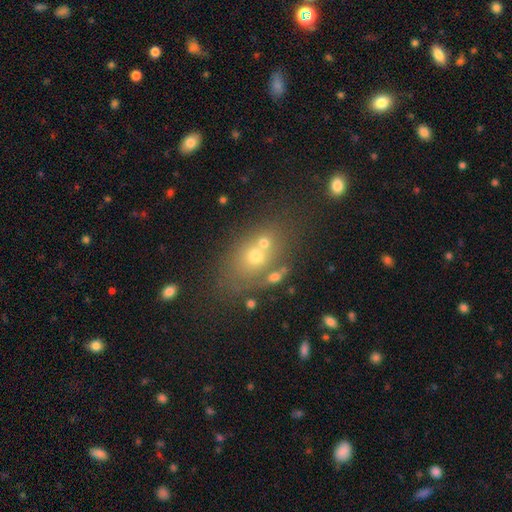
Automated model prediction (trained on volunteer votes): This appears to be a smooth galaxy with no disk features (59%) that is in between round and cigar-shaped (61%). Merging: none (46%).